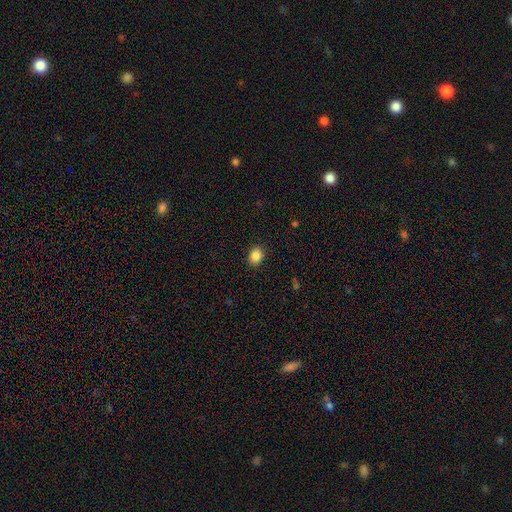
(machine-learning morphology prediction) Smooth or featured?
  - smooth: 86% *
  - star or artifact: 10%
  - featured or disk: 4%
How rounded?
  - round: 56% *
  - in between: 43%
  - cigar-shaped: 1%
Merging?
  - none: 90% *
  - minor disturbance: 7%
  - major disturbance: 2%
  - merger: 1%